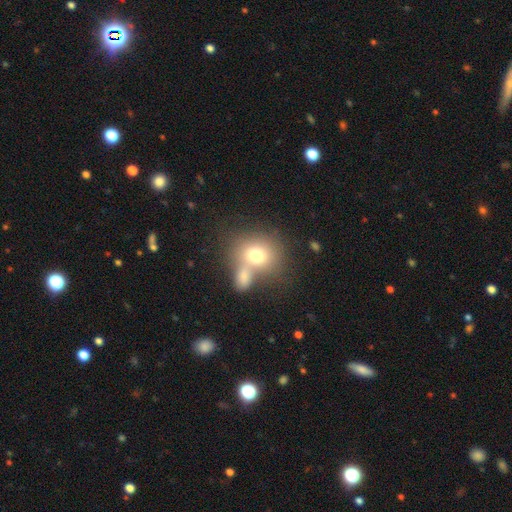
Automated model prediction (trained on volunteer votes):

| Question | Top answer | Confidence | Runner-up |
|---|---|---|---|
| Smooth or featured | smooth | 73% | featured or disk (17%) |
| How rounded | round | 66% | in between (33%) |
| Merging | merger | 46% | none (38%) |